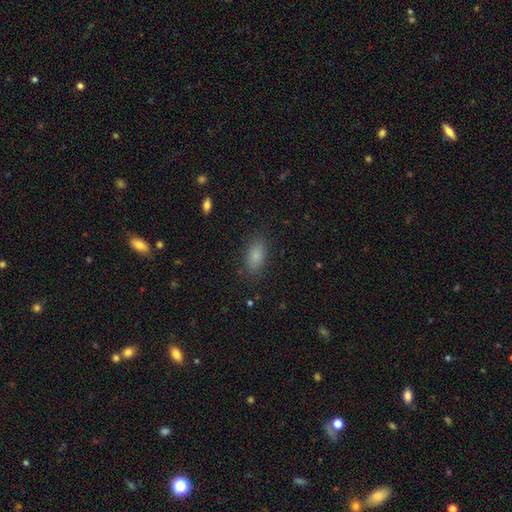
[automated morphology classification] This is clearly a smooth galaxy (83%). How rounded: clearly in between (90%). Merging: clearly none (86%).